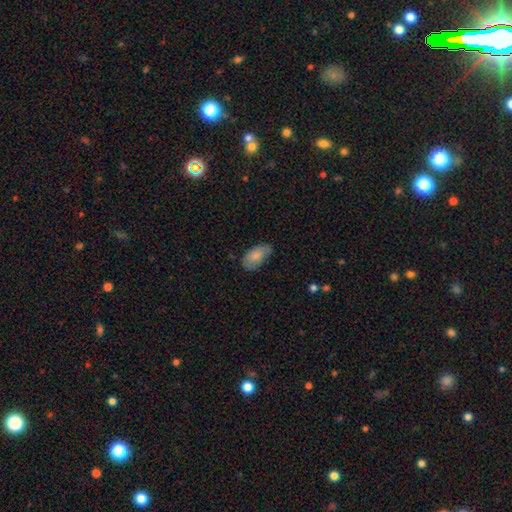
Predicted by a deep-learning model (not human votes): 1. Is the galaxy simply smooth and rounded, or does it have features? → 80% smooth, 14% featured or disk, 6% star or artifact.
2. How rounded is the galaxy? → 94% in between, 3% cigar-shaped, 3% round.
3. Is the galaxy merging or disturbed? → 69% none, 25% minor disturbance, 5% major disturbance, 1% merger.